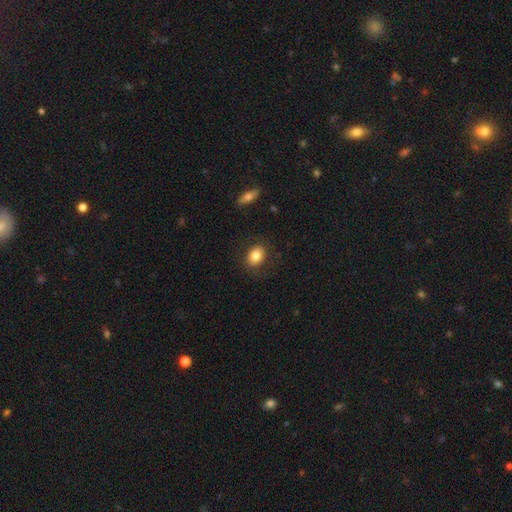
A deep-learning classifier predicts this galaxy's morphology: The model was most divided on "how rounded": in between: 62%, round: 37%, cigar-shaped: 1%. More confident: merging — none (84%); smooth or featured — smooth (81%).